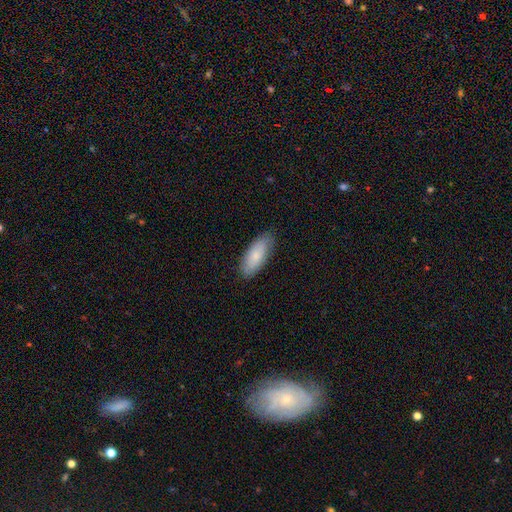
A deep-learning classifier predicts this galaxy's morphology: Q: Smooth or featured?
A: smooth (82%); runner-up: featured or disk (13%)
Q: How rounded?
A: in between (77%); runner-up: cigar-shaped (21%)
Q: Merging?
A: none (84%); runner-up: minor disturbance (13%)